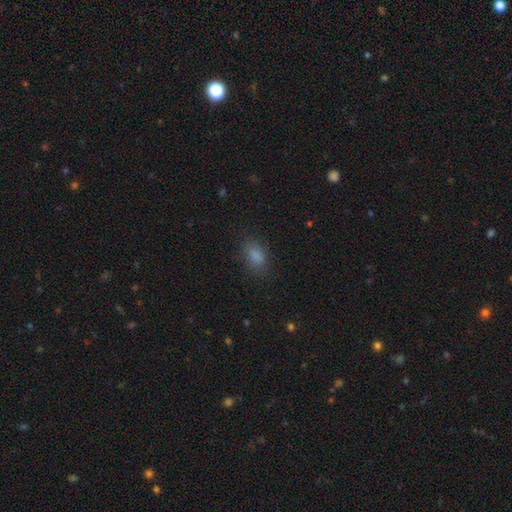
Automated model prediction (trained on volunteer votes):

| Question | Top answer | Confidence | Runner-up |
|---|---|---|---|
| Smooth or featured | smooth | 83% | star or artifact (12%) |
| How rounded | in between | 85% | round (12%) |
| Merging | none | 79% | minor disturbance (15%) |